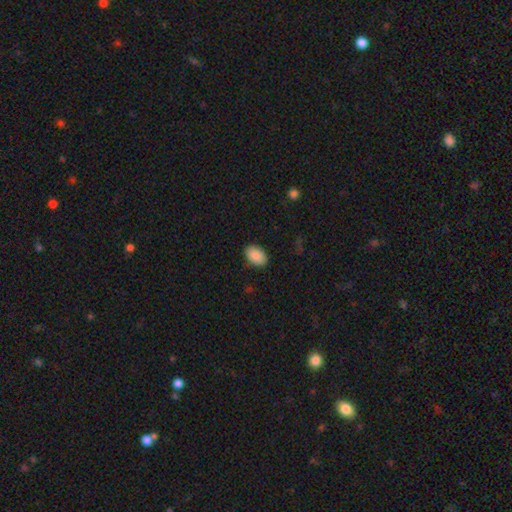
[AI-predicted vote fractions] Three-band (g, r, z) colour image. It shows a smooth galaxy with no disk features (88%) that is in between round and cigar-shaped (88%). Merging: none (87%).